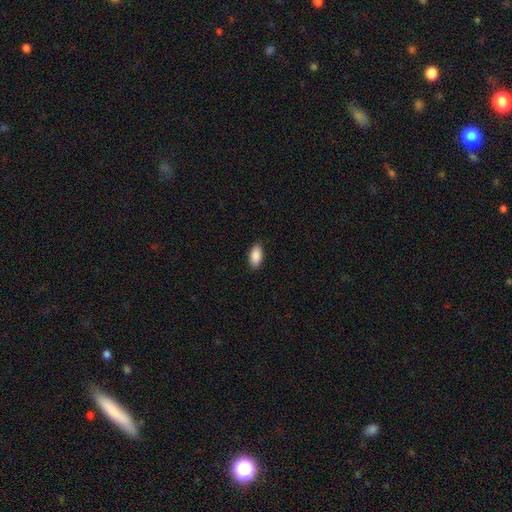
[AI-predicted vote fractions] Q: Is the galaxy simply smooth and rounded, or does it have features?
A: smooth — 90%.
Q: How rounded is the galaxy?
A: in between — 94%.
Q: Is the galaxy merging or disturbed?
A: none — 89%.